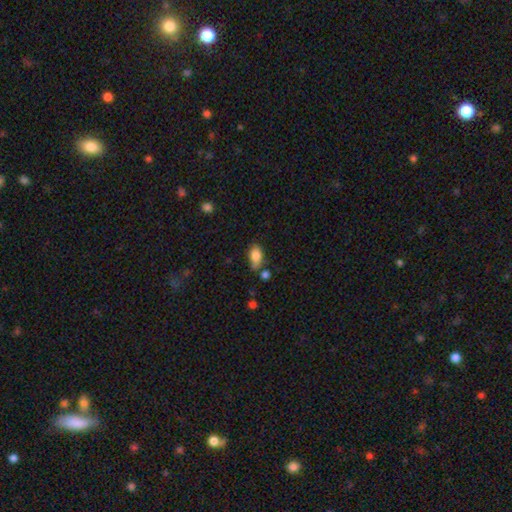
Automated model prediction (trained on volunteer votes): Smooth or featured?
  - smooth: 82% *
  - featured or disk: 11%
  - star or artifact: 8%
How rounded?
  - in between: 90% *
  - round: 7%
  - cigar-shaped: 3%
Merging?
  - none: 54% *
  - minor disturbance: 28%
  - merger: 10%
  - major disturbance: 7%